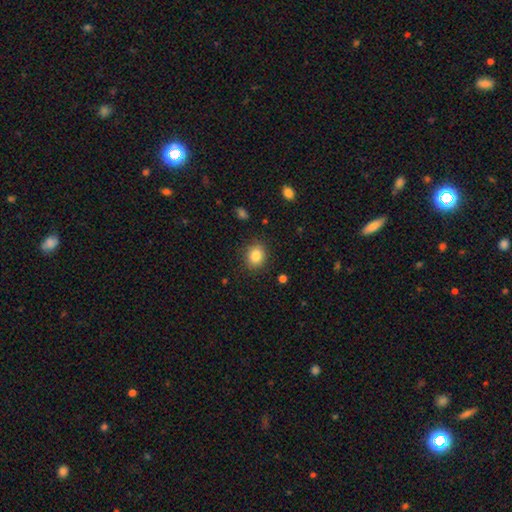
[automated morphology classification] This appears to be a smooth galaxy with no disk features (84%) that is round (68%). Merging: none (88%).